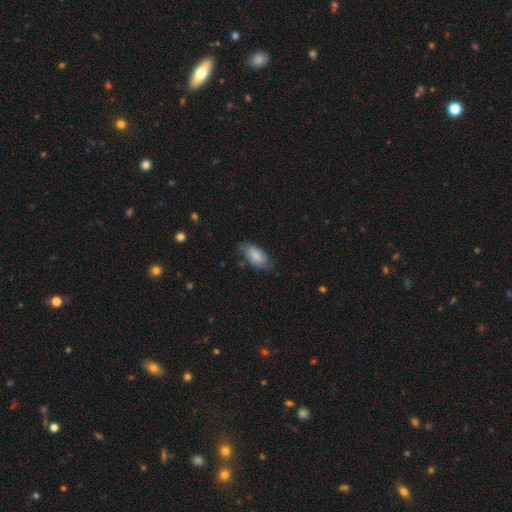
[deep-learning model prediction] Smooth or featured: smooth — 83% (featured or disk — 11%)
How rounded: in between — 93% (cigar-shaped — 4%)
Merging: none — 66% (minor disturbance — 26%)